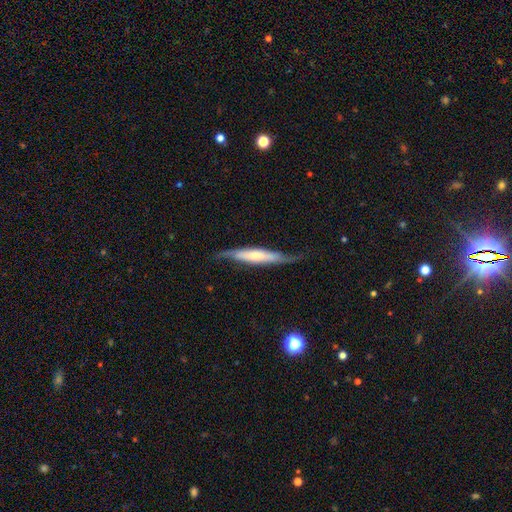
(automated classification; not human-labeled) This is likely a featured or disk galaxy (62%). It is likely viewed edge-on (69%). Merging: likely none (64%).